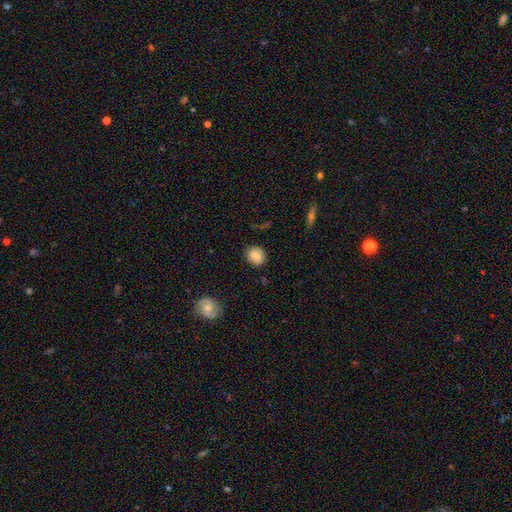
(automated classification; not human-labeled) smooth-or-featured: smooth: 83% | featured or disk: 9% | star or artifact: 9%
  how-rounded: round: 70% | in between: 28% | cigar-shaped: 1%
  merging: none: 83% | minor disturbance: 13% | major disturbance: 3% | merger: 2%